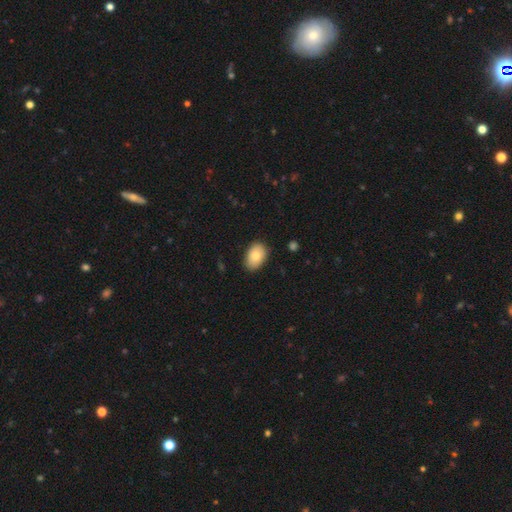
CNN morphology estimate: The model was most divided on "smooth or featured": smooth: 83%, featured or disk: 10%, star or artifact: 7%. More confident: how rounded — in between (88%); merging — none (85%).